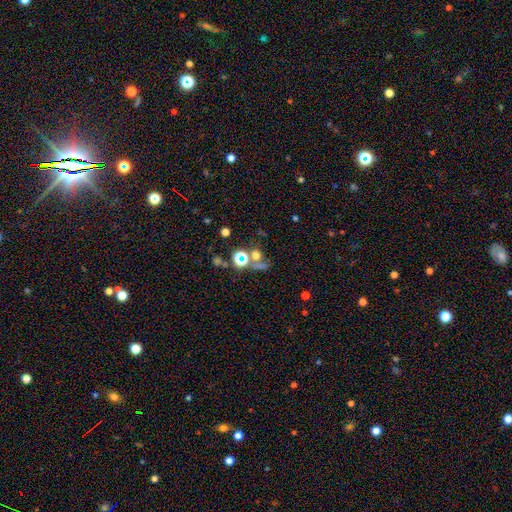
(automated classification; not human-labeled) A smooth galaxy with no disk features (44%).

Vote fractions:
- Smooth or featured? smooth: 44% / star or artifact: 42% / featured or disk: 14%
- Merging? none: 53% / merger: 28% / major disturbance: 10% / minor disturbance: 10%